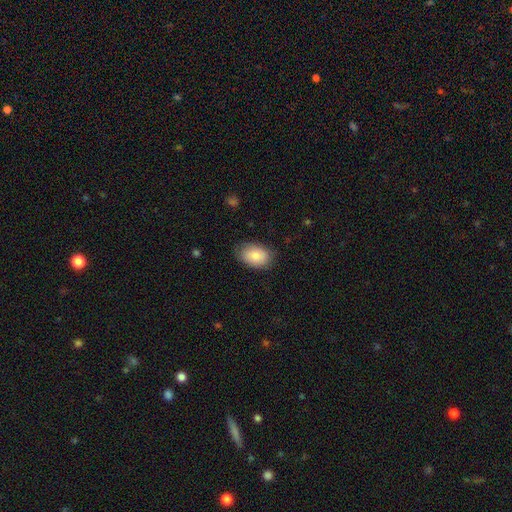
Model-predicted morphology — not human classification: Q: Smooth or featured?
A: smooth (83%); runner-up: featured or disk (11%)
Q: How rounded?
A: in between (88%); runner-up: round (11%)
Q: Merging?
A: none (79%); runner-up: minor disturbance (17%)